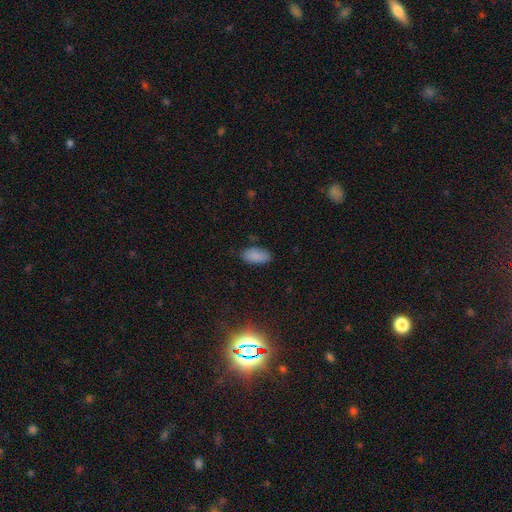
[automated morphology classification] A smooth galaxy with no disk features (87%) that is in between round and cigar-shaped (94%).

Vote fractions:
- Smooth or featured? smooth: 87% / star or artifact: 8% / featured or disk: 5%
- How rounded? in between: 94% / cigar-shaped: 4% / round: 2%
- Merging? none: 82% / minor disturbance: 14% / major disturbance: 3% / merger: 1%